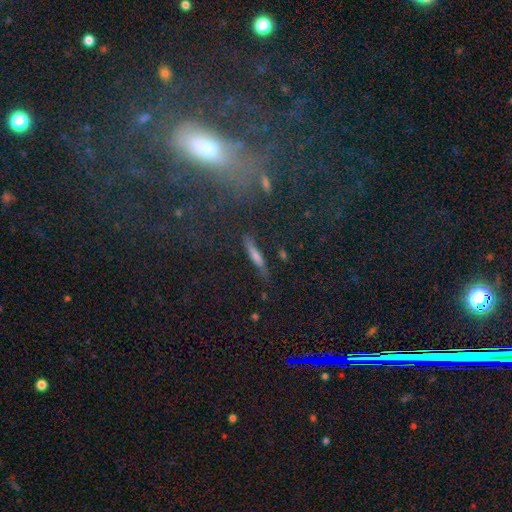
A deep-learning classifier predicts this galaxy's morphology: Smooth or featured: smooth — 48% (featured or disk — 40%)
Merging: none — 79% (minor disturbance — 14%)